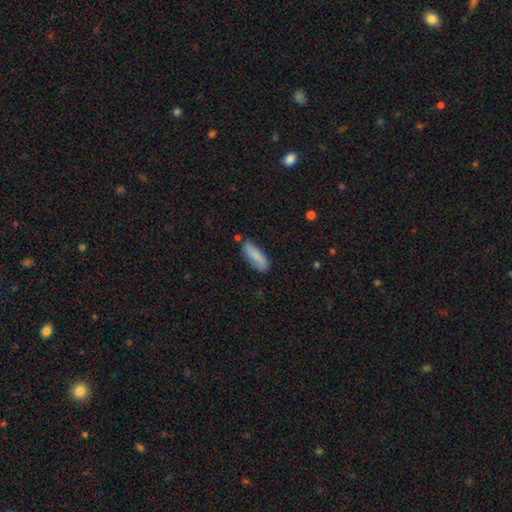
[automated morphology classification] smooth 83%, featured or disk 11%, star or artifact 6%. Down the decision tree: how rounded — in between (56%); merging — none (73%).